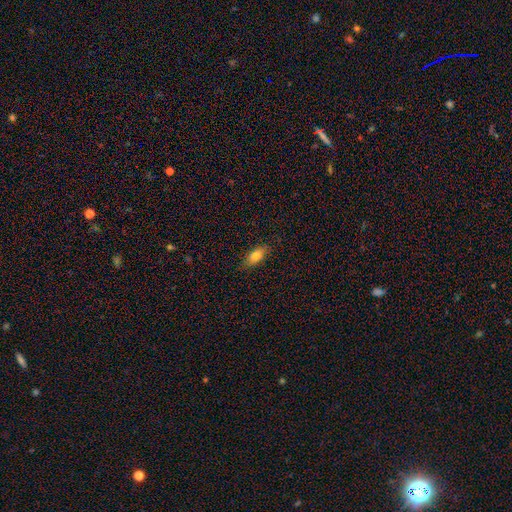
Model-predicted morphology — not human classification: type=smooth (79%); roundness=in between (83%); merging=none (83%).